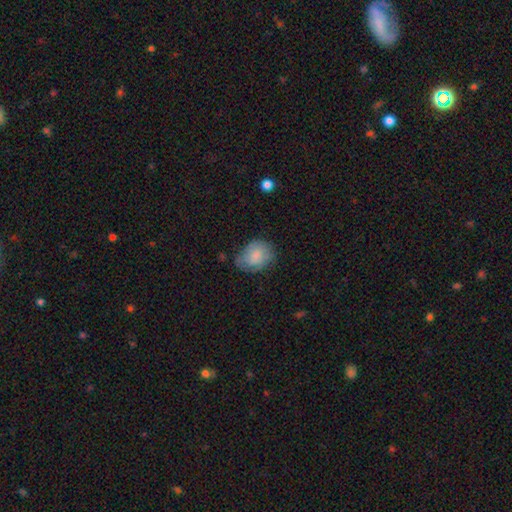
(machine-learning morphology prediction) smooth_or_featured: smooth (p=0.75) [alt: featured or disk p=0.18]
how_rounded: in between (p=0.56) [alt: round p=0.43]
merging: none (p=0.56) [alt: minor disturbance p=0.32]